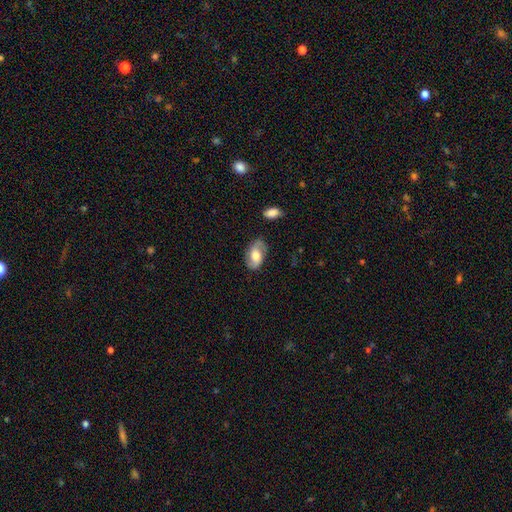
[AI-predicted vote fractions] Q: Smooth or featured?
A: smooth (47%); runner-up: featured or disk (46%)
Q: Merging?
A: none (73%); runner-up: minor disturbance (20%)